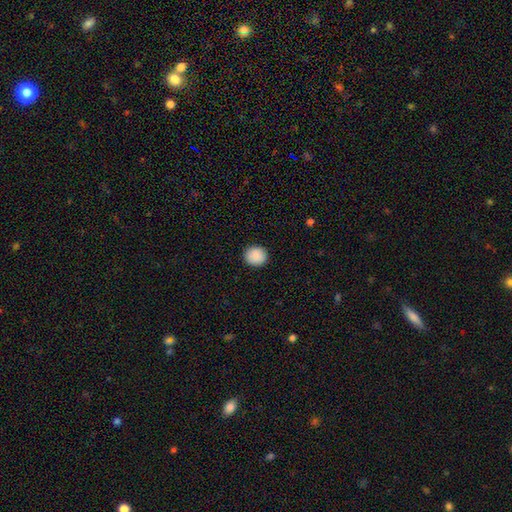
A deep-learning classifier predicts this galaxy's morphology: Smooth or featured?
  - smooth: 90% *
  - star or artifact: 8%
  - featured or disk: 3%
How rounded?
  - round: 84% *
  - in between: 15%
  - cigar-shaped: 1%
Merging?
  - none: 91% *
  - minor disturbance: 6%
  - major disturbance: 2%
  - merger: 1%